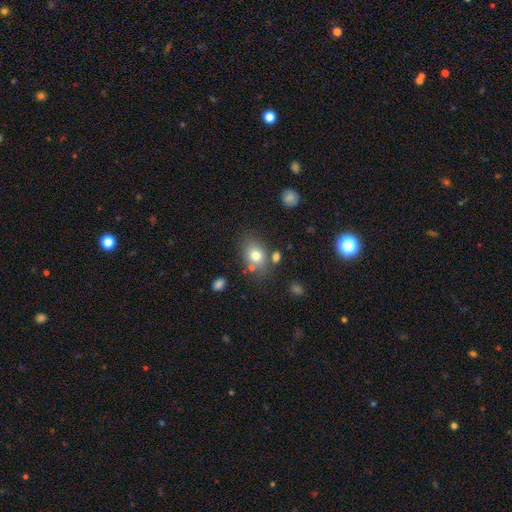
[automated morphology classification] Overall: smooth (76%). How rounded: in between (63%; round 36%). Merging: none (68%).